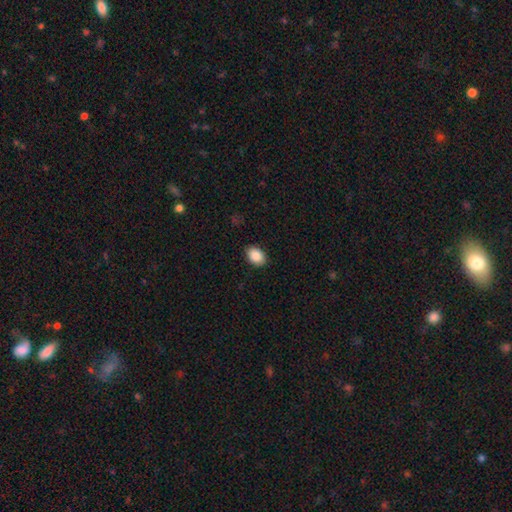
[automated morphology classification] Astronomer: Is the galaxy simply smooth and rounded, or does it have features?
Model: smooth — 89%.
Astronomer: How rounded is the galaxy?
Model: in between — 80%.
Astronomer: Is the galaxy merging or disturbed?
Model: none — 89%.